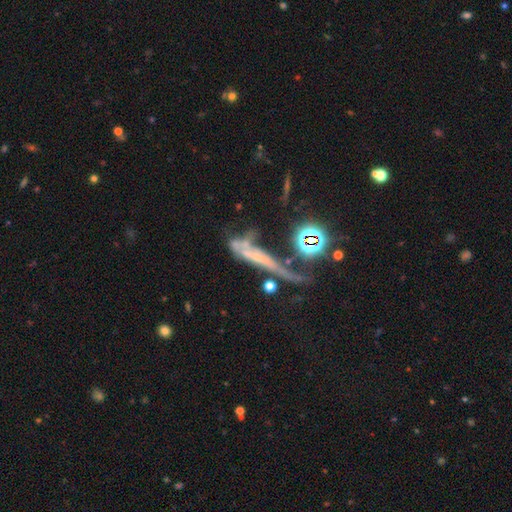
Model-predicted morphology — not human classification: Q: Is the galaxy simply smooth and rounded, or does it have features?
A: featured or disk — 49%.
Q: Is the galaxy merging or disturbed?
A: major disturbance — 32%.